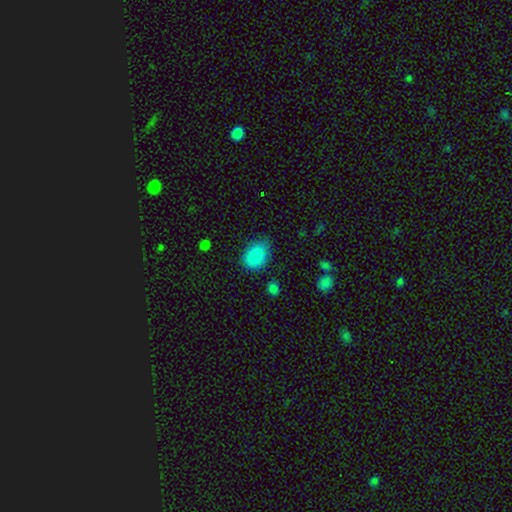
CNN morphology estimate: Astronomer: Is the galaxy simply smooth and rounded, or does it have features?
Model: smooth — 87%.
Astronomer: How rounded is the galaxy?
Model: in between — 79%.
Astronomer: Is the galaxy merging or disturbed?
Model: none — 71%.